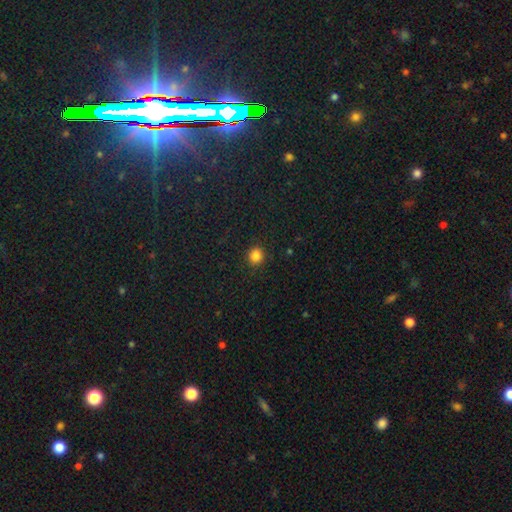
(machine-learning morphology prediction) This appears to be a smooth galaxy with no disk features (85%) that is round (86%). Merging: none (89%).